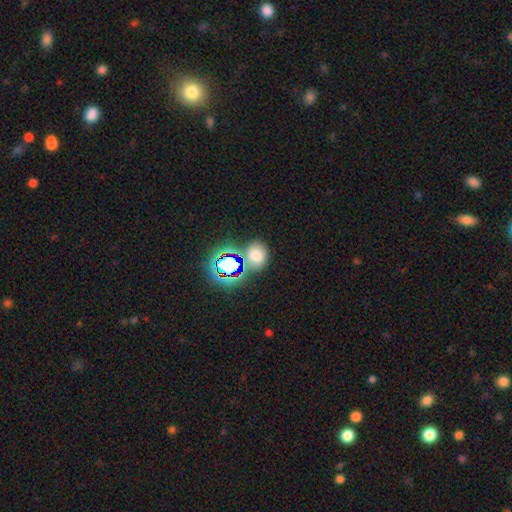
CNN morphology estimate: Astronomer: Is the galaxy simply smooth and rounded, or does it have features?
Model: smooth — 63%.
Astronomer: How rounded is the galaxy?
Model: round — 57% (runner-up: in between, 41%).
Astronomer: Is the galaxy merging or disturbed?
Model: none — 69%.